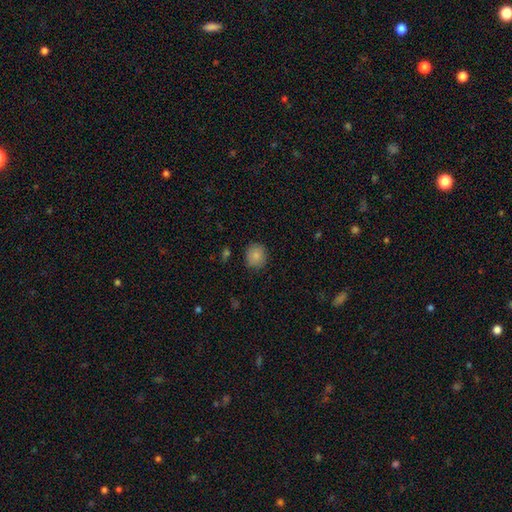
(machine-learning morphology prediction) Smooth or featured? Predicted: smooth (p=0.86). How rounded? Predicted: round (p=0.79). Merging? Predicted: none (p=0.85).